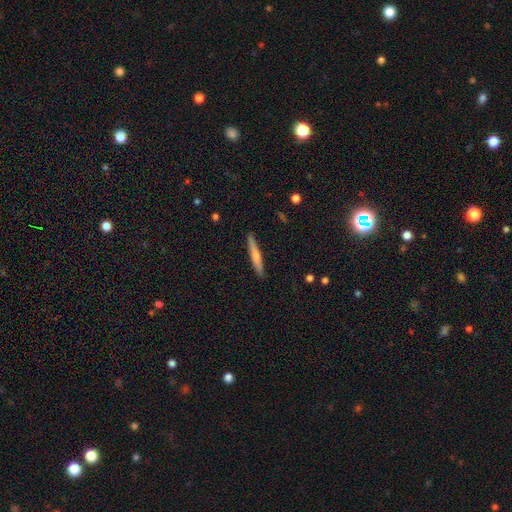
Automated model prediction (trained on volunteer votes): smooth 62%, featured or disk 32%, star or artifact 6%. Down the decision tree: how rounded — cigar-shaped (95%); merging — none (90%).